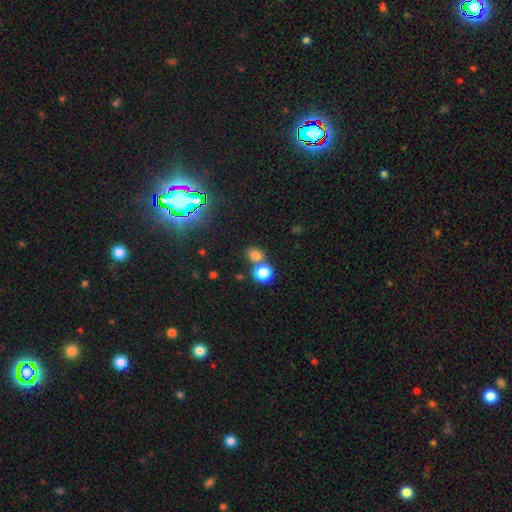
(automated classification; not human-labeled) smooth 75%, star or artifact 18%, featured or disk 7%. Down the decision tree: how rounded — round (75%); merging — none (58%).